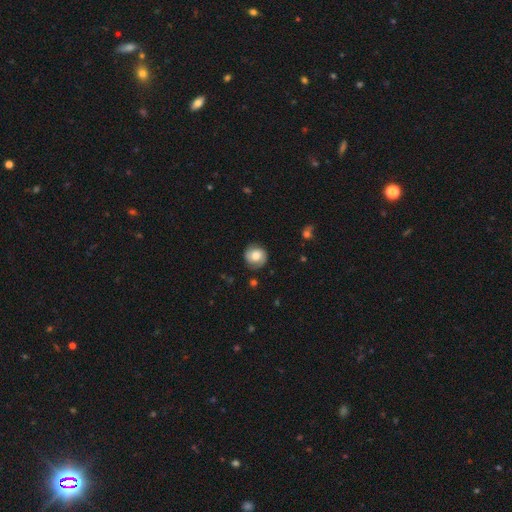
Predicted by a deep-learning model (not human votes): A smooth galaxy with no disk features (53%) that is round (89%).

Vote fractions:
- Smooth or featured? smooth: 53% / featured or disk: 38% / star or artifact: 8%
- How rounded? round: 89% / in between: 10% / cigar-shaped: 1%
- Merging? none: 82% / minor disturbance: 13% / major disturbance: 4% / merger: 1%